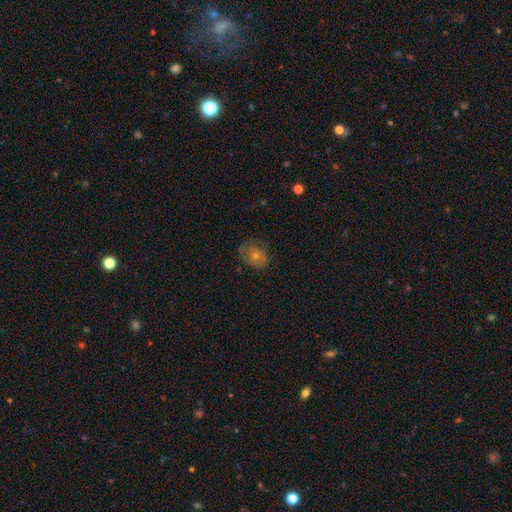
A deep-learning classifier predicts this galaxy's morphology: Smooth or featured? smooth (44%)
Merging? none (75%)